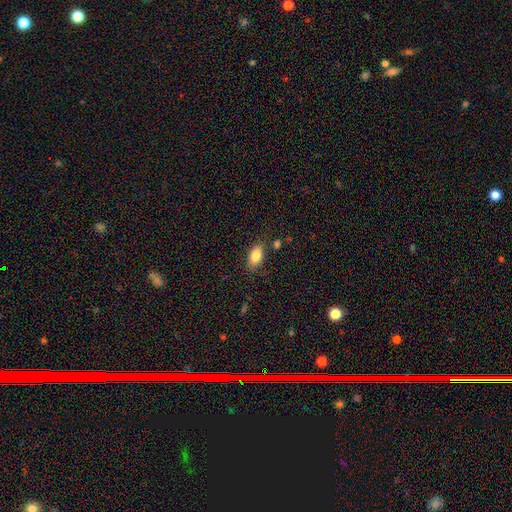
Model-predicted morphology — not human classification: smooth_or_featured: smooth (p=0.83) [alt: featured or disk p=0.09]
how_rounded: in between (p=0.89) [alt: round p=0.06]
merging: none (p=0.78) [alt: minor disturbance p=0.14]